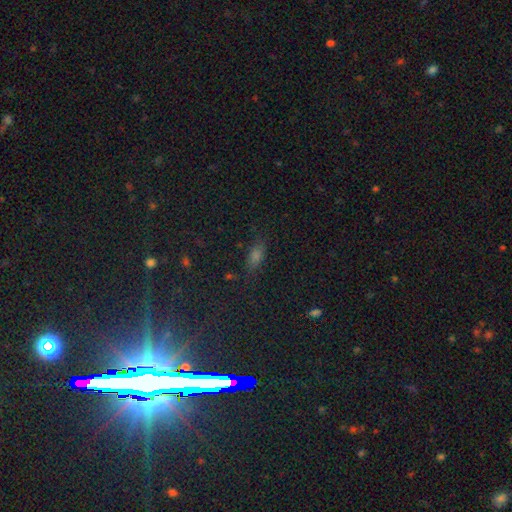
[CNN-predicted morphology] This appears to be a smooth galaxy with no disk features (56%) that is in between round and cigar-shaped (73%). Merging: none (78%).